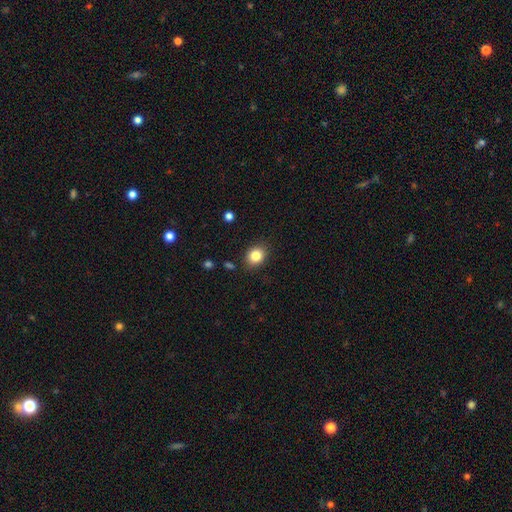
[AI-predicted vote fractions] This is clearly a smooth galaxy (84%). How rounded: possibly round (56%). Merging: clearly none (87%).